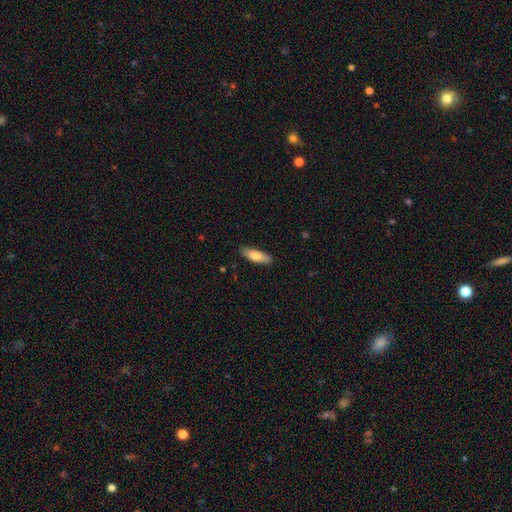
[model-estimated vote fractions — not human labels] This appears to be a smooth galaxy with no disk features (79%) that is in between round and cigar-shaped (60%). Merging: none (86%).